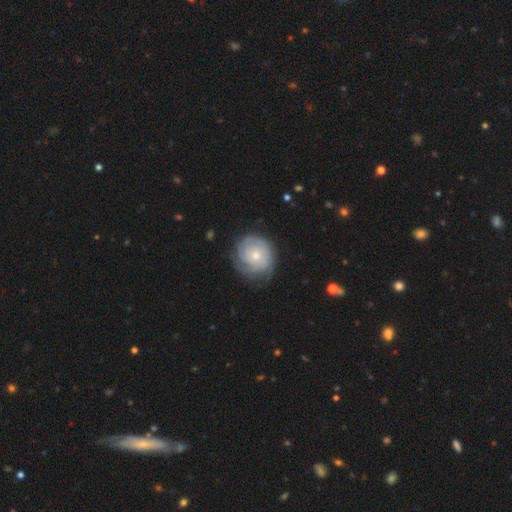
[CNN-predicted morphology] A featured or disk galaxy (71%) with no bar (80%), tight (76%) spiral arms (92%) and a small central bulge (48%). Merging: none (74%).